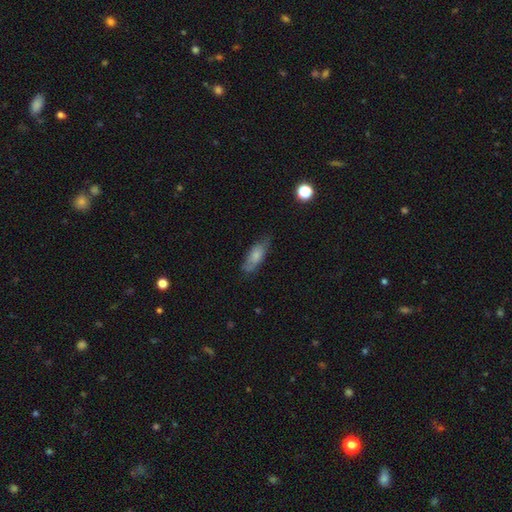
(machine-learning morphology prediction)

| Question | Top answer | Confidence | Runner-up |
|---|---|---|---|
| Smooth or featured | smooth | 71% | featured or disk (22%) |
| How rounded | in between | 66% | cigar-shaped (32%) |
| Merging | none | 66% | minor disturbance (26%) |